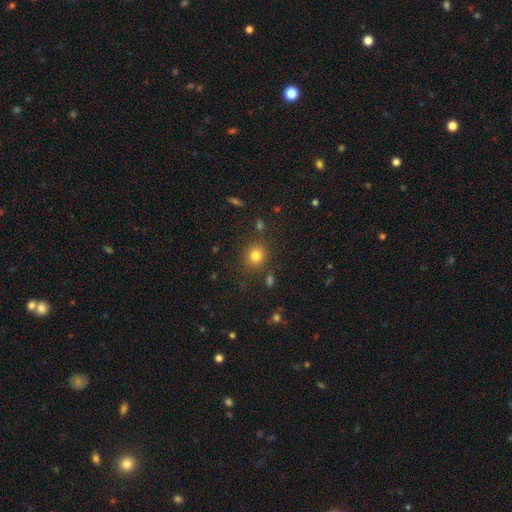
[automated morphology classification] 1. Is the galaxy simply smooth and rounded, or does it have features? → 79% smooth, 14% star or artifact, 7% featured or disk.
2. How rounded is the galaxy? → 84% round, 15% in between, 1% cigar-shaped.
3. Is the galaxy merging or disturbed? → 82% none, 10% minor disturbance, 4% merger, 4% major disturbance.